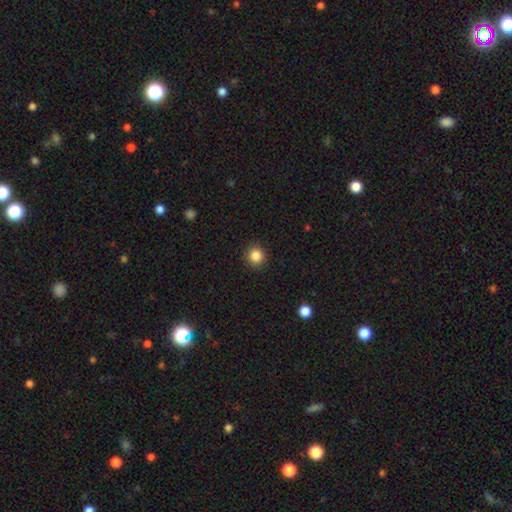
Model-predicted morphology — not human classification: A smooth galaxy with no disk features (86%) that is round (91%). Merging: none (91%).